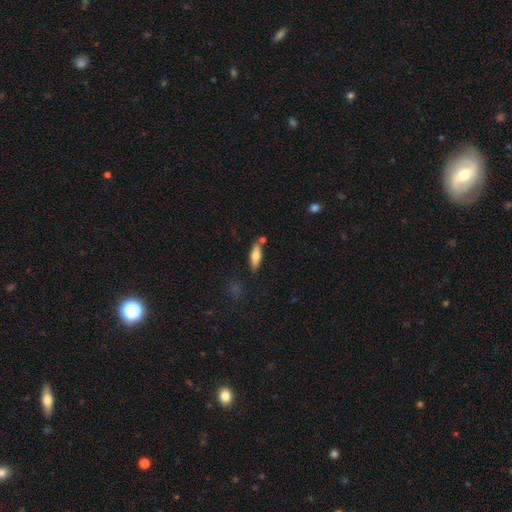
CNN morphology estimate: Q: Smooth or featured?
A: smooth (72%); runner-up: featured or disk (21%)
Q: How rounded?
A: in between (55%); runner-up: cigar-shaped (43%)
Q: Merging?
A: none (70%); runner-up: minor disturbance (14%)